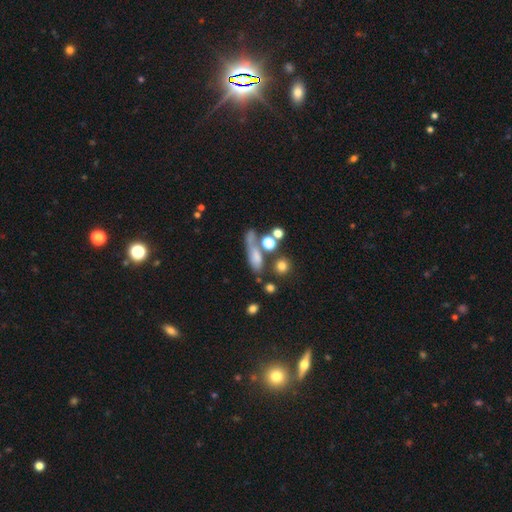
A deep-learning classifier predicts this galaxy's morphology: Overall: smooth (61%; featured or disk 25%). How rounded: in between (49%; cigar-shaped 34%). Merging: none (37%; major disturbance 23%).